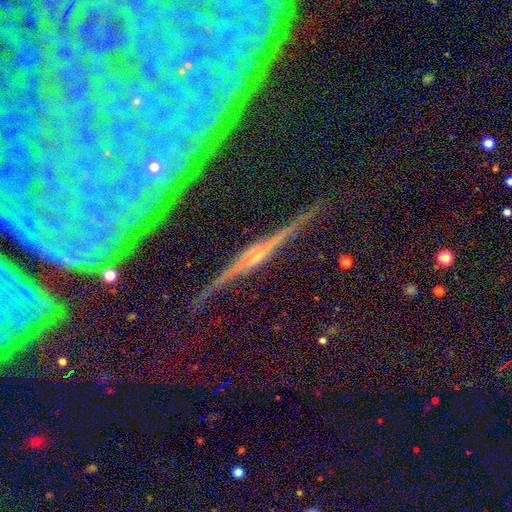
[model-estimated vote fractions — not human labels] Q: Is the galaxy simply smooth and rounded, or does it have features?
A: featured or disk — 82%.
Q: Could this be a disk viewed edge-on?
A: yes — 90%.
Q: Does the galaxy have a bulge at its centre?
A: rounded — 77%.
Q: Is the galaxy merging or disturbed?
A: none — 82%.